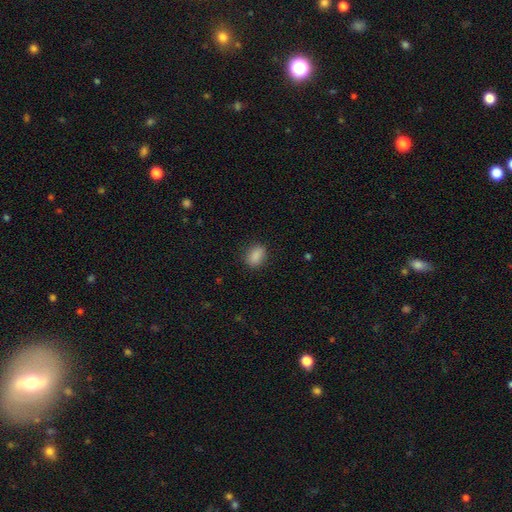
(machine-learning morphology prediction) smooth-or-featured: smooth: 88% | star or artifact: 9% | featured or disk: 4%
  how-rounded: in between: 74% | round: 24% | cigar-shaped: 2%
  merging: none: 85% | minor disturbance: 11% | major disturbance: 3% | merger: 1%